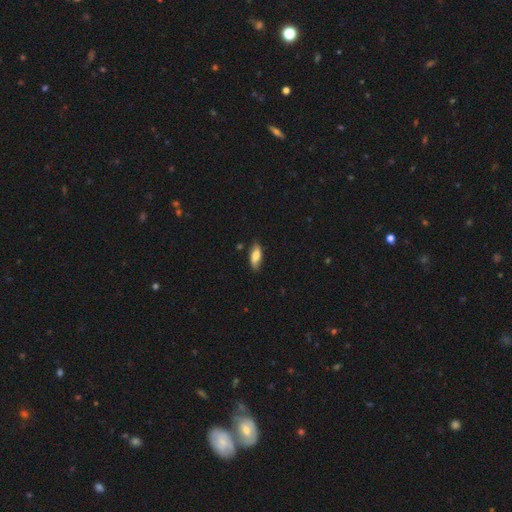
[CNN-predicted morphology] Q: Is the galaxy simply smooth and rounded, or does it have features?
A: smooth — 72%.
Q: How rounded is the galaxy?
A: in between — 73%.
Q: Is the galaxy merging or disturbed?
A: none — 77%.